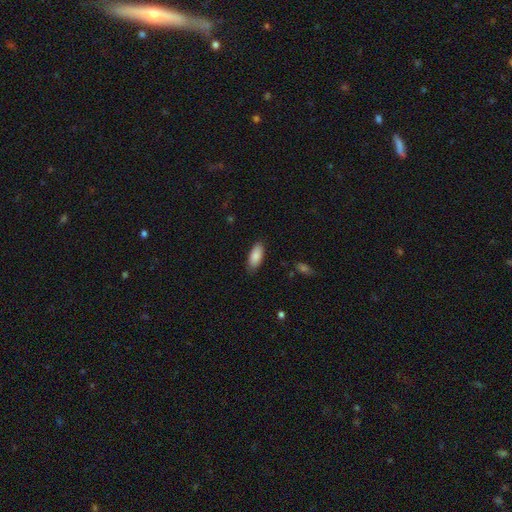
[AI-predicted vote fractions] This is clearly a smooth galaxy (88%). How rounded: clearly in between (84%). Merging: clearly none (84%).